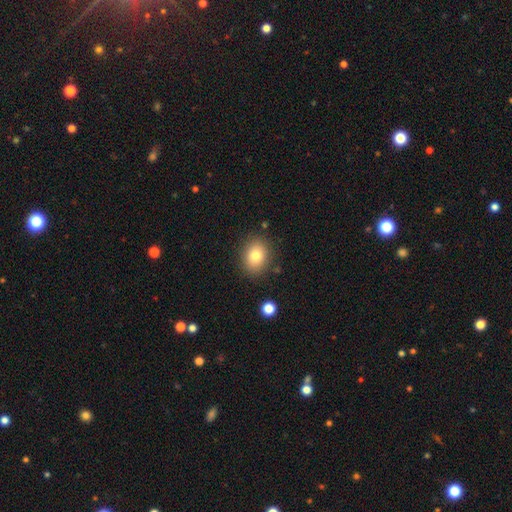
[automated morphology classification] The model was most divided on "how rounded": in between: 50%, round: 49%, cigar-shaped: 1%. More confident: merging — none (85%); smooth or featured — smooth (80%).